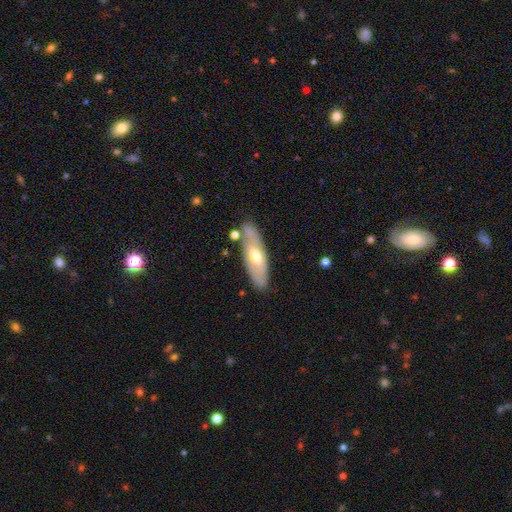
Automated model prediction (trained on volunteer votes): Morphology: type=featured or disk (53%); edge-on=no (66%); merging=none (77%).